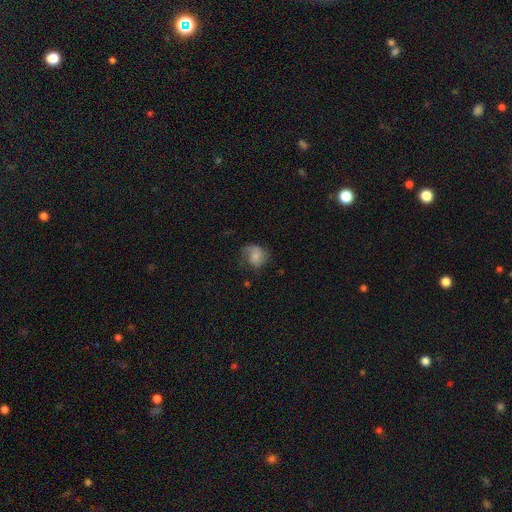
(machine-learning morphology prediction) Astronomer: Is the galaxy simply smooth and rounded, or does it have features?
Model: smooth — 60%.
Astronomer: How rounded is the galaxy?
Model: round — 62%.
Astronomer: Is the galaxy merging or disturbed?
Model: none — 44% (runner-up: minor disturbance, 28%).